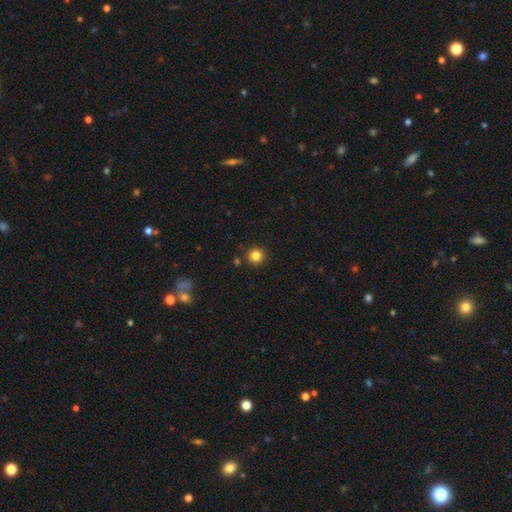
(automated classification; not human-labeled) A smooth galaxy with no disk features (83%) that is round (95%). Merging: none (90%).